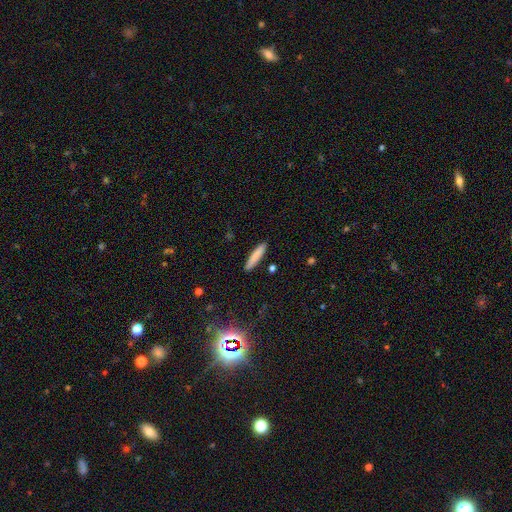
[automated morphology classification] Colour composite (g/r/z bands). It shows a smooth galaxy with no disk features (83%) that is cigar-shaped (88%). Merging: none (89%).